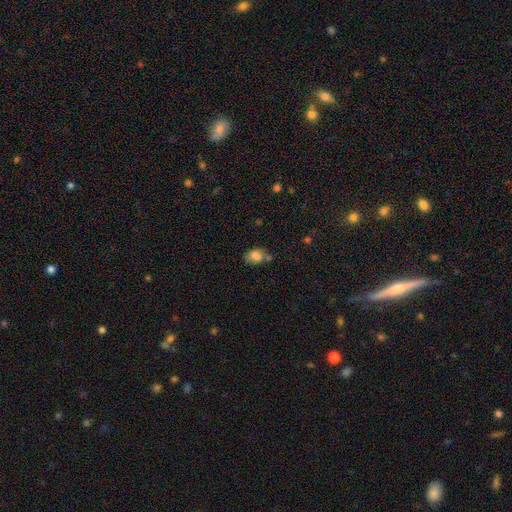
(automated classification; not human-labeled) A smooth galaxy with no disk features (79%) that is in between round and cigar-shaped (75%). Merging: none (54%).